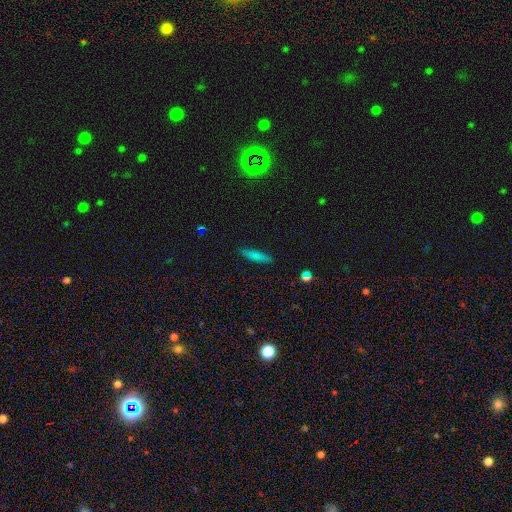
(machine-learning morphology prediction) Overall: smooth (76%). How rounded: cigar-shaped (79%). Merging: none (88%).